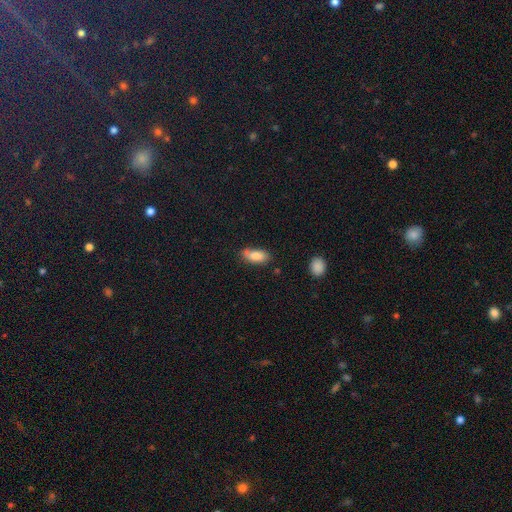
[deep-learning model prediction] Q: Smooth or featured?
A: smooth (83%); runner-up: featured or disk (10%)
Q: How rounded?
A: in between (85%); runner-up: cigar-shaped (12%)
Q: Merging?
A: none (60%); runner-up: minor disturbance (25%)